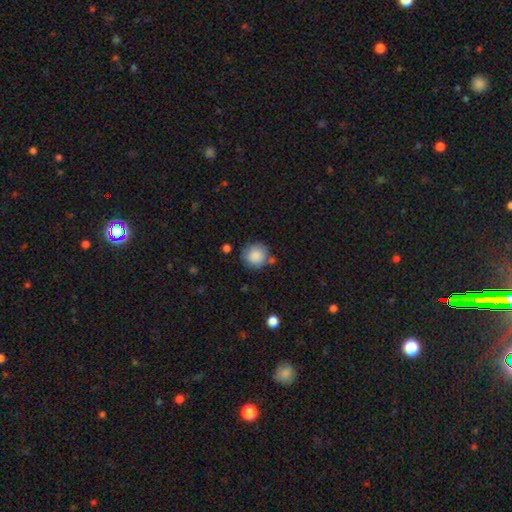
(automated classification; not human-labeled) The model was most divided on "merging": none: 73%, minor disturbance: 16%, merger: 7%, major disturbance: 4%. More confident: how rounded — round (90%); smooth or featured — smooth (87%).